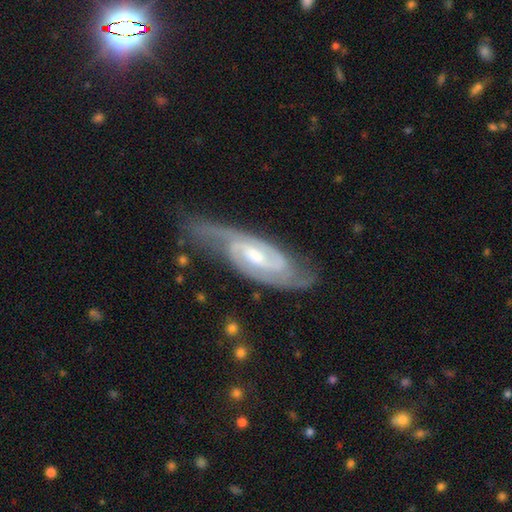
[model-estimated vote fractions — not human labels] Smooth or featured? featured or disk (91%)
Edge-on disk? no (92%)
Bar? weak (53%)
Spiral arms? yes (98%)
Spiral winding? tight (49%)
Spiral arm count? 2 (84%)
Bulge size? moderate (51%)
Merging? none (72%)